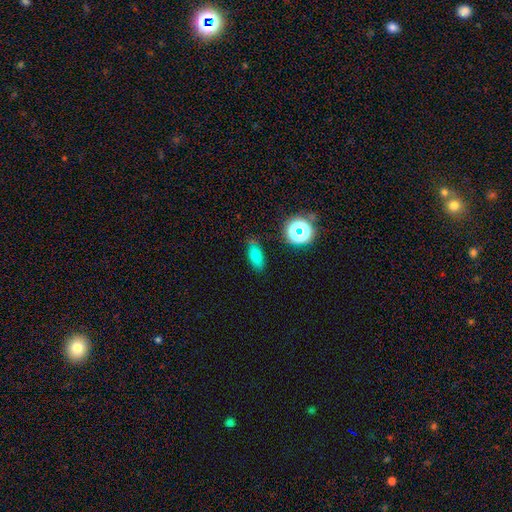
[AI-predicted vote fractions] Smooth or featured? smooth (76%)
How rounded? in between (79%)
Merging? none (78%)